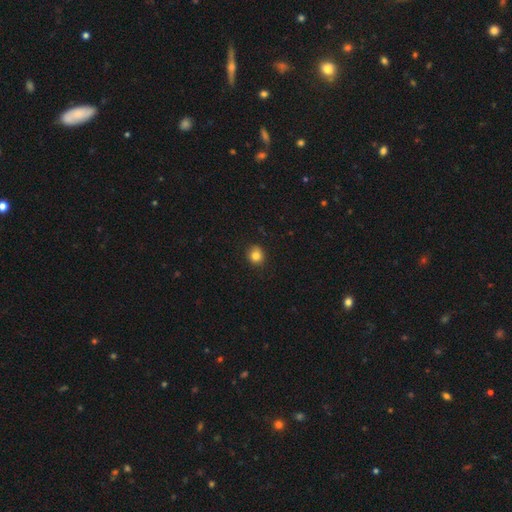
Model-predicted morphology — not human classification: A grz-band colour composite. It shows a smooth galaxy with no disk features (83%) that is round (79%). Merging: none (86%).